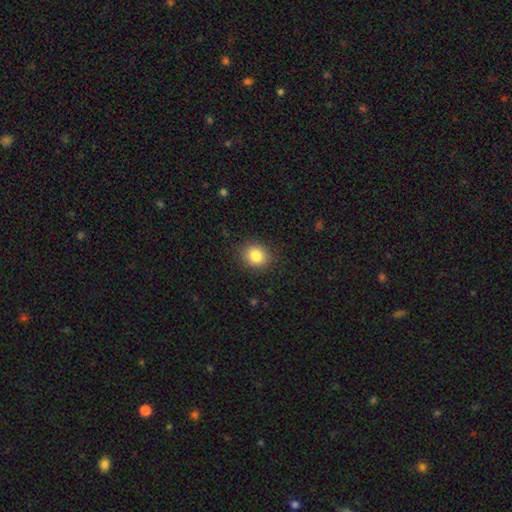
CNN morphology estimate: type=smooth (84%); roundness=round (70%); merging=none (88%).